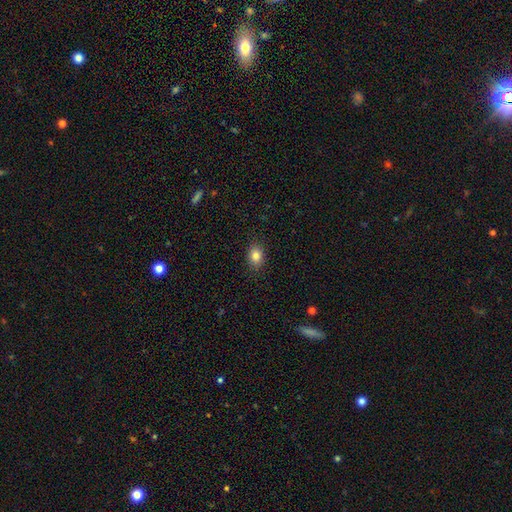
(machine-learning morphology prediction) smooth-or-featured: smooth: 83% | star or artifact: 10% | featured or disk: 7%
  how-rounded: in between: 62% | round: 36% | cigar-shaped: 1%
  merging: none: 87% | minor disturbance: 9% | major disturbance: 2% | merger: 1%